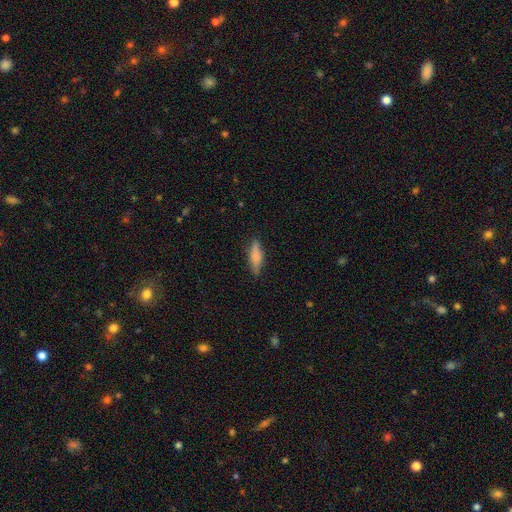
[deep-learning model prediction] Smooth or featured? Predicted: smooth (p=0.73). How rounded? Predicted: cigar-shaped (p=0.55). Merging? Predicted: none (p=0.80).